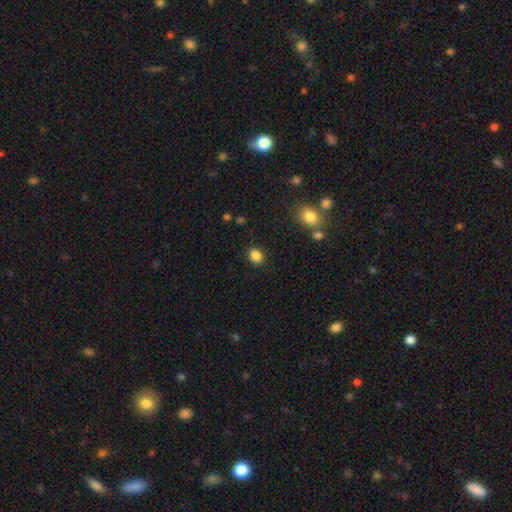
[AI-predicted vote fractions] smooth 86%, star or artifact 10%, featured or disk 4%. Down the decision tree: how rounded — round (53%); merging — none (88%).